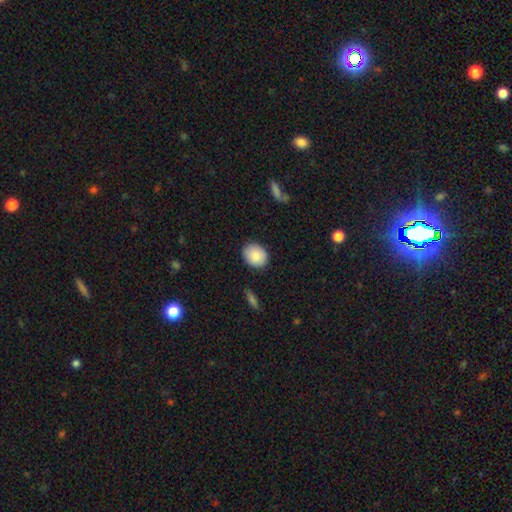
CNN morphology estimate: Smooth or featured? Predicted: smooth (p=0.87). How rounded? Predicted: round (p=0.52). Merging? Predicted: none (p=0.86).